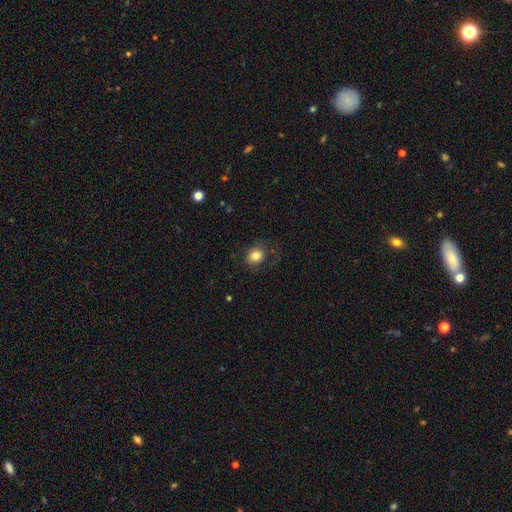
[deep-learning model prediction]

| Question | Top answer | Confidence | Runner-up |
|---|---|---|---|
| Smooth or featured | smooth | 80% | star or artifact (10%) |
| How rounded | round | 59% | in between (40%) |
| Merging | none | 72% | minor disturbance (16%) |